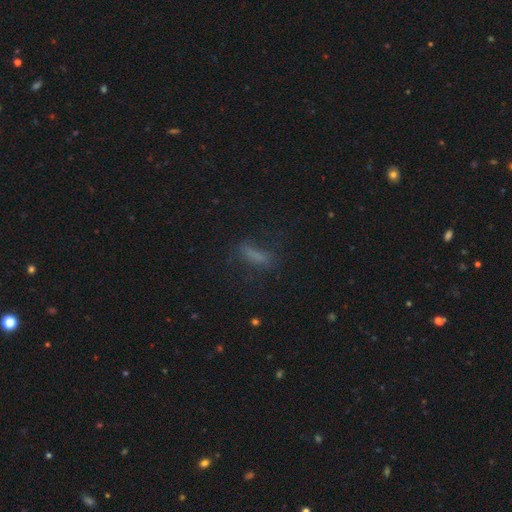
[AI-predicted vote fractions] This is likely a smooth galaxy (61%). How rounded: likely cigar-shaped (64%). Merging: likely none (63%).